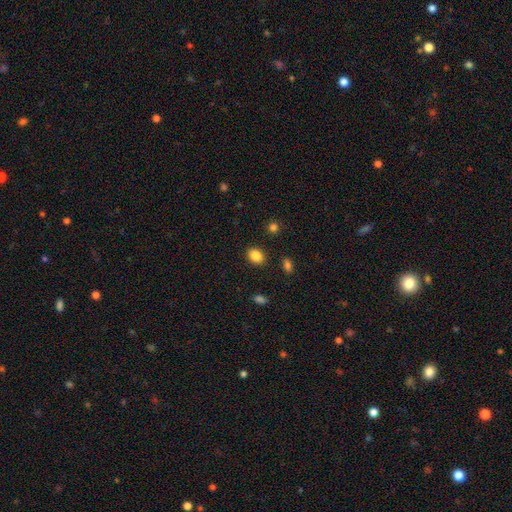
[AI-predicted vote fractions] smooth_or_featured: smooth (p=0.86) [alt: star or artifact p=0.10]
how_rounded: in between (p=0.67) [alt: round p=0.32]
merging: none (p=0.87) [alt: minor disturbance p=0.08]